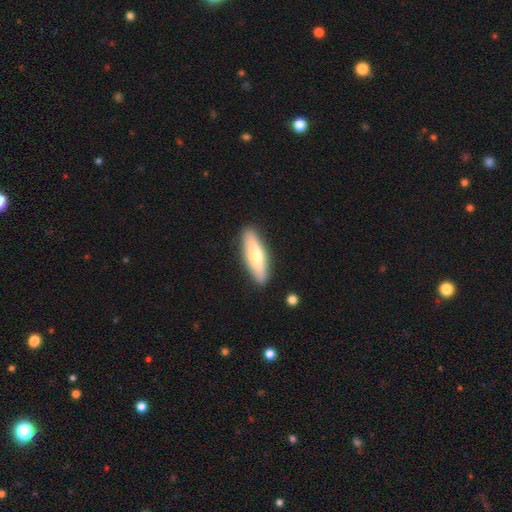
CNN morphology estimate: The model was most divided on "smooth or featured": smooth: 57%, featured or disk: 37%, star or artifact: 5%. More confident: merging — none (89%); how rounded — cigar-shaped (63%).